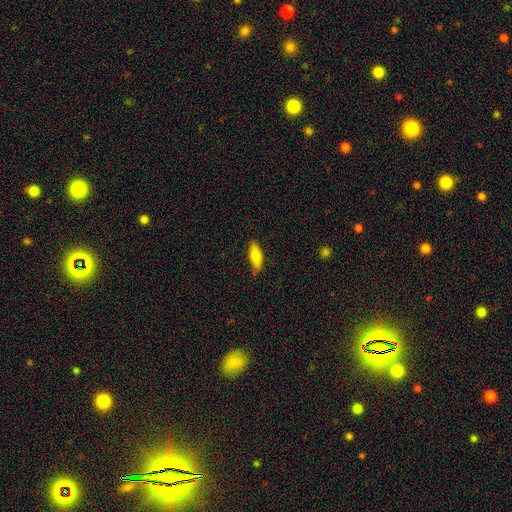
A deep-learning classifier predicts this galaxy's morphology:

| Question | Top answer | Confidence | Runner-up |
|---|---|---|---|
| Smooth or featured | smooth | 75% | featured or disk (19%) |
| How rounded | in between | 54% | cigar-shaped (43%) |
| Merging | none | 81% | minor disturbance (15%) |